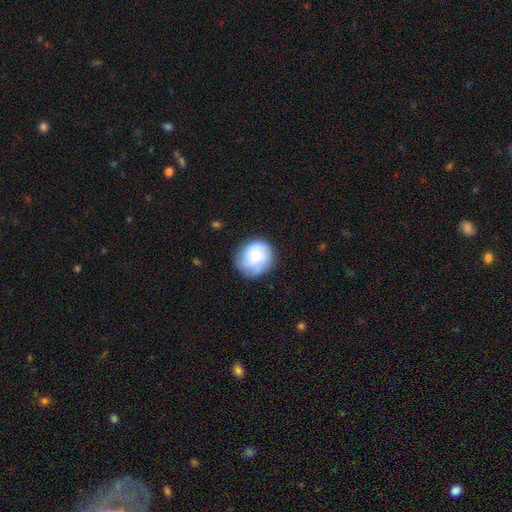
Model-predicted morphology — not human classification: Q: Smooth or featured?
A: smooth (56%); runner-up: featured or disk (36%)
Q: How rounded?
A: round (81%); runner-up: in between (18%)
Q: Merging?
A: none (70%); runner-up: minor disturbance (20%)